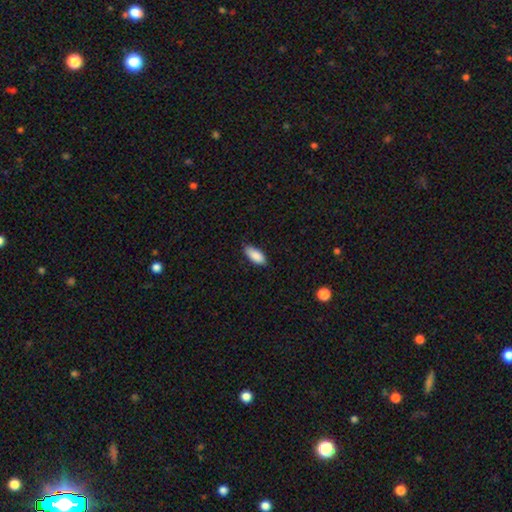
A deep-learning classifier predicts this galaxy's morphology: smooth 89%, star or artifact 6%, featured or disk 5%. Down the decision tree: how rounded — in between (87%); merging — none (81%).